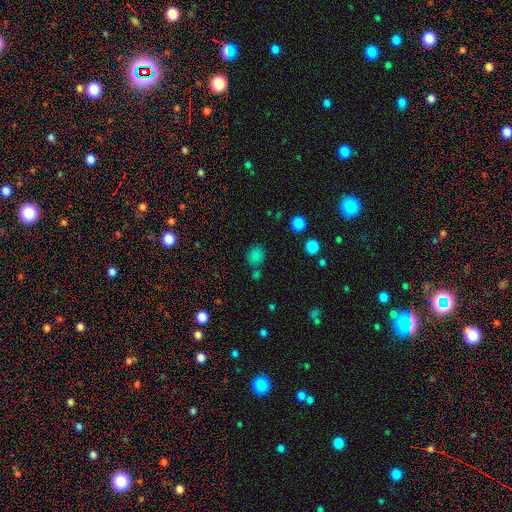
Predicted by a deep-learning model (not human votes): Smooth or featured? Predicted: smooth (p=0.80). How rounded? Predicted: round (p=0.64). Merging? Predicted: none (p=0.73).